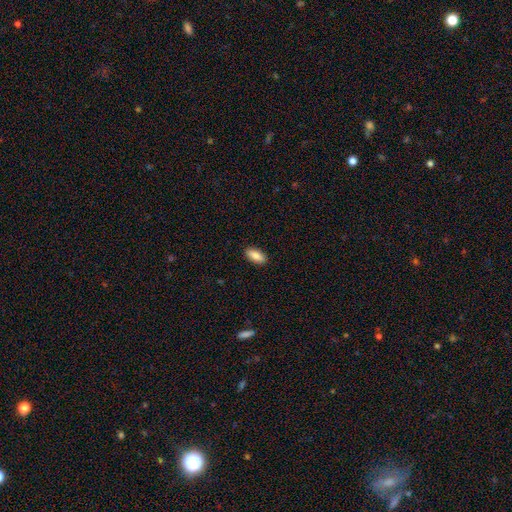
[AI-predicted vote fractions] Overall: smooth (86%). How rounded: in between (85%). Merging: none (90%).